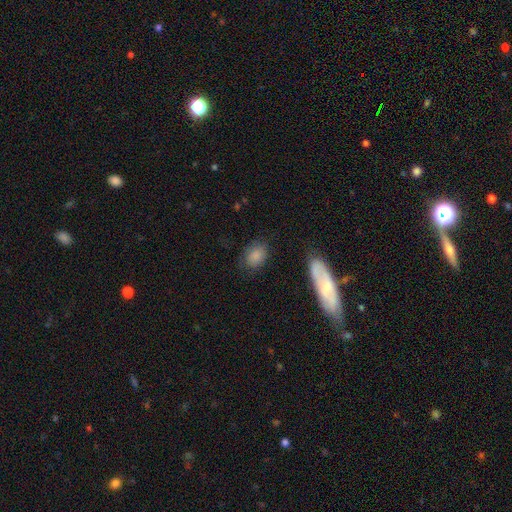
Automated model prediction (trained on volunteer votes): Overall: smooth (85%). How rounded: in between (71%). Merging: none (78%).